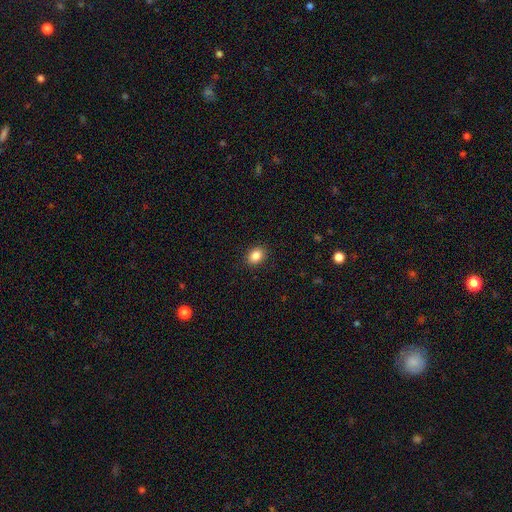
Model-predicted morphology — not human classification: This is clearly a smooth galaxy (86%). How rounded: likely in between (67%). Merging: clearly none (90%).